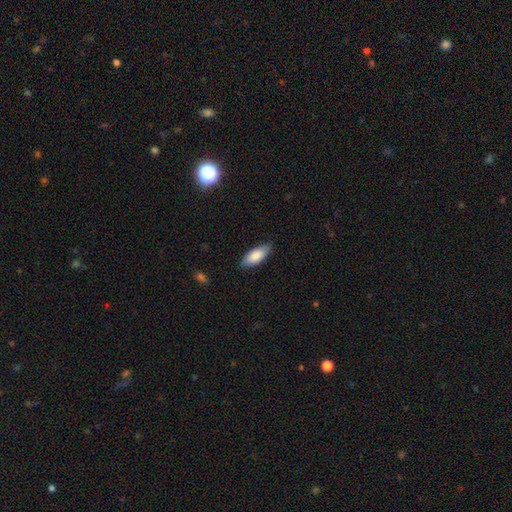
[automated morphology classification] Smooth or featured: smooth — 84% (featured or disk — 10%)
How rounded: in between — 83% (cigar-shaped — 15%)
Merging: none — 82% (minor disturbance — 15%)